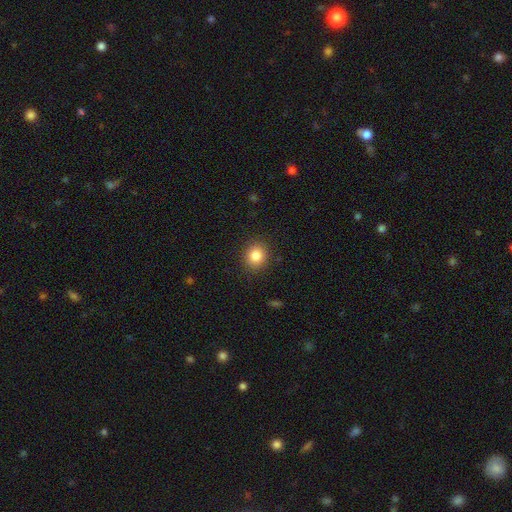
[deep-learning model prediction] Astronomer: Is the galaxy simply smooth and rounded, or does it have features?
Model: smooth — 84%.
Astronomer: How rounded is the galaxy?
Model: round — 78%.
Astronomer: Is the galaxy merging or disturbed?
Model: none — 90%.